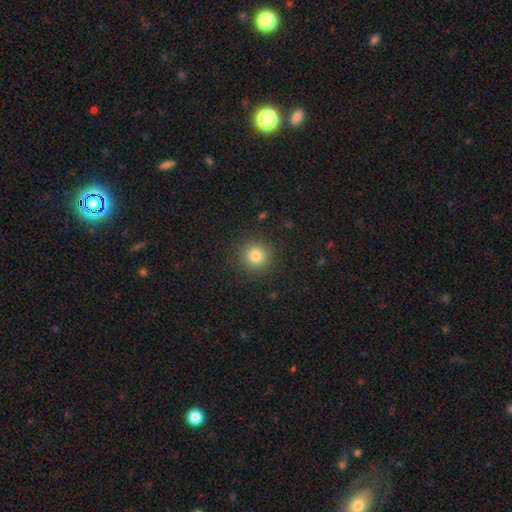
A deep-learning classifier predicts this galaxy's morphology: Smooth or featured? smooth (82%)
How rounded? round (94%)
Merging? none (90%)